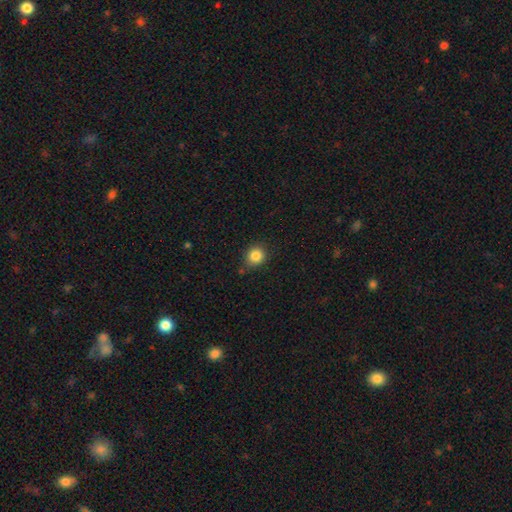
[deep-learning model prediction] Smooth or featured?
  - smooth: 85% *
  - star or artifact: 11%
  - featured or disk: 5%
How rounded?
  - round: 85% *
  - in between: 14%
  - cigar-shaped: 1%
Merging?
  - none: 81% *
  - minor disturbance: 13%
  - merger: 3%
  - major disturbance: 3%